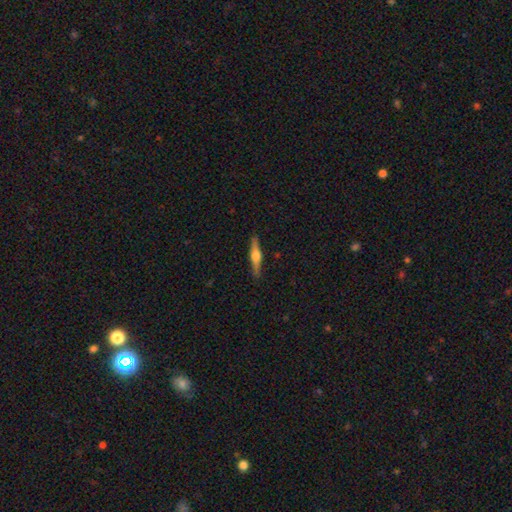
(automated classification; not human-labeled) featured or disk 66%, smooth 28%, star or artifact 6%. Down the decision tree: edge-on disk — yes (97%); edge-on bulge — rounded (91%); merging — none (89%).